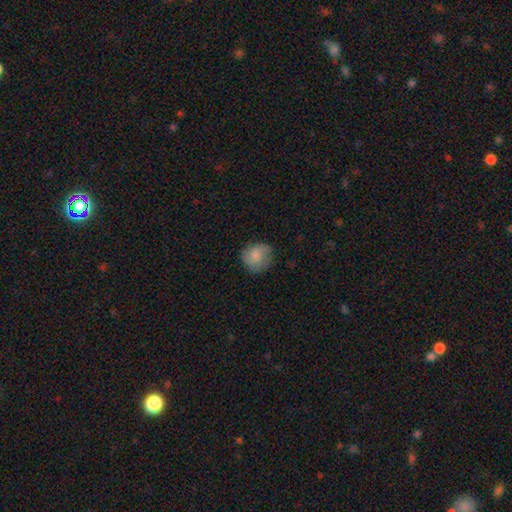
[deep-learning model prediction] smooth-or-featured: smooth: 79% | featured or disk: 14% | star or artifact: 7%
  how-rounded: round: 86% | in between: 13% | cigar-shaped: 1%
  merging: none: 76% | minor disturbance: 18% | major disturbance: 5% | merger: 1%